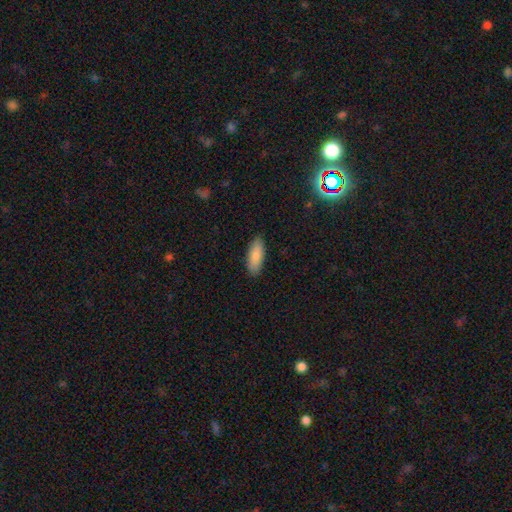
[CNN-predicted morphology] A smooth galaxy with no disk features (86%) that is in between round and cigar-shaped (73%).

Vote fractions:
- Smooth or featured? smooth: 86% / featured or disk: 8% / star or artifact: 6%
- How rounded? in between: 73% / cigar-shaped: 25% / round: 2%
- Merging? none: 87% / minor disturbance: 10% / major disturbance: 2% / merger: 1%